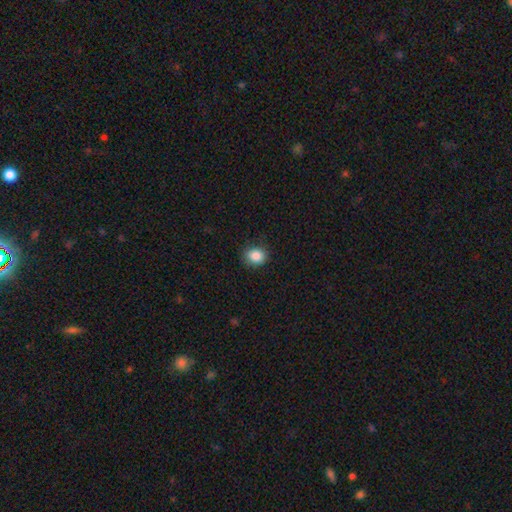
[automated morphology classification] Smooth or featured? Predicted: smooth (p=0.87). How rounded? Predicted: round (p=0.68). Merging? Predicted: none (p=0.85).